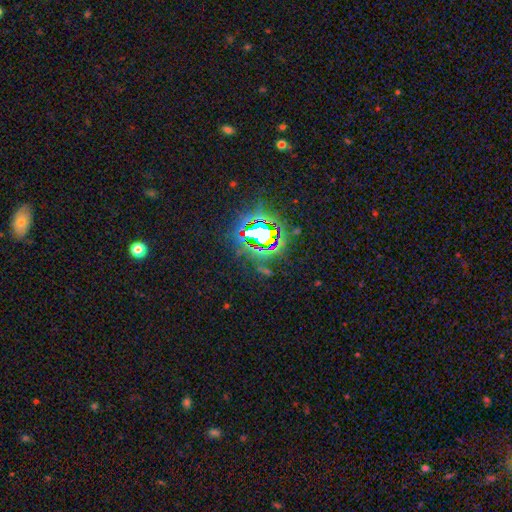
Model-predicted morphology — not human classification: Q: Smooth or featured?
A: star or artifact (83%); runner-up: smooth (10%)